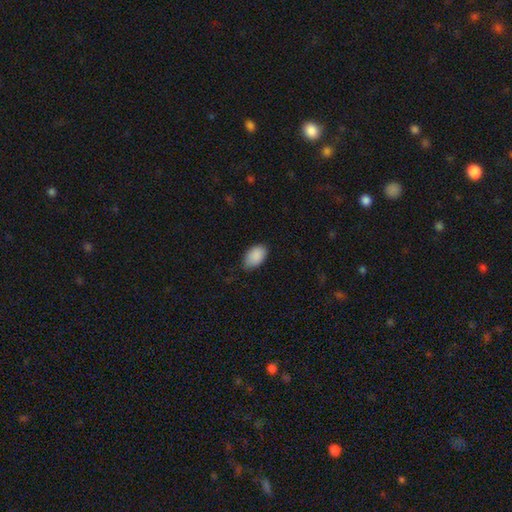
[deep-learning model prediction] This appears to be a smooth galaxy with no disk features (90%) that is in between round and cigar-shaped (92%). Merging: none (74%).